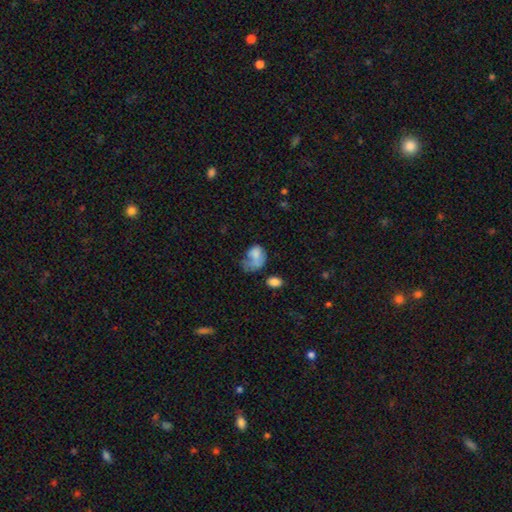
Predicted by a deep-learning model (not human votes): Morphology: type=smooth (68%); roundness=in between (74%); merging=major disturbance (46%).